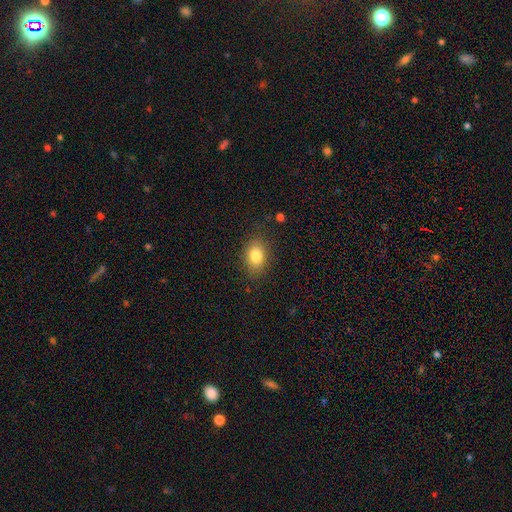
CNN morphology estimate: smooth-or-featured: smooth: 81% | star or artifact: 10% | featured or disk: 9%
  how-rounded: in between: 72% | round: 27% | cigar-shaped: 1%
  merging: none: 82% | minor disturbance: 13% | major disturbance: 4% | merger: 1%